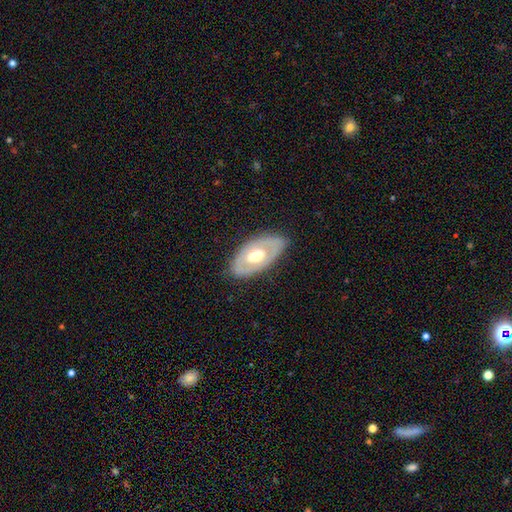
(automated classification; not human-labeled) Smooth or featured: featured or disk — 56% (smooth — 39%)
Edge-on disk: no — 86% (yes — 14%)
Merging: none — 78% (minor disturbance — 16%)